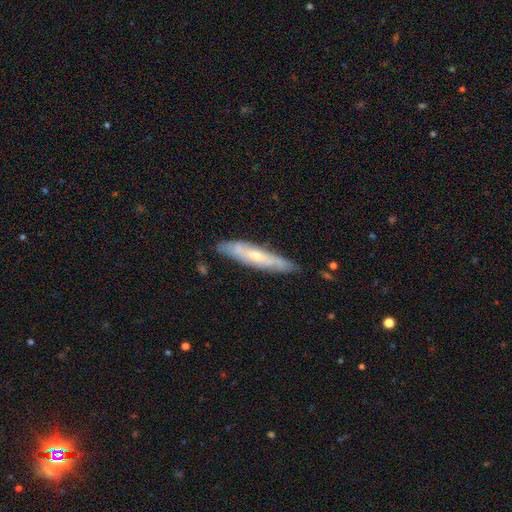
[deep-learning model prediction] A featured or disk galaxy (61%) viewed edge-on (55%). Merging: none (78%).